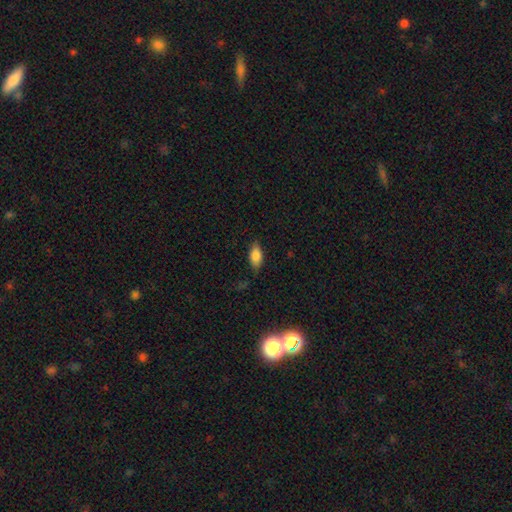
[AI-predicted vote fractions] Smooth or featured? Predicted: smooth (p=0.81). How rounded? Predicted: in between (p=0.88). Merging? Predicted: none (p=0.75).